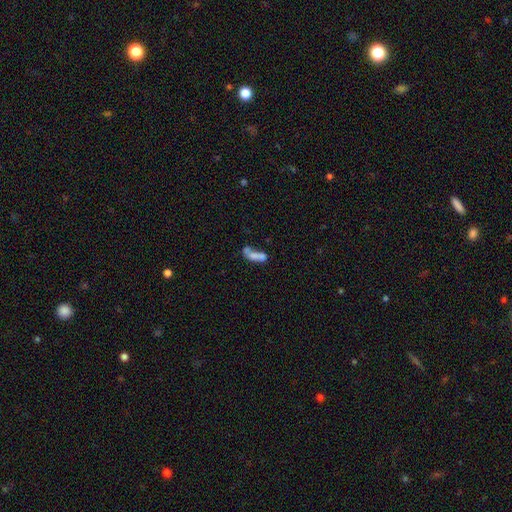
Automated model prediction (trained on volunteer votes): Smooth or featured? Predicted: smooth (p=0.61). How rounded? Predicted: in between (p=0.63). Merging? Predicted: merger (p=0.49).